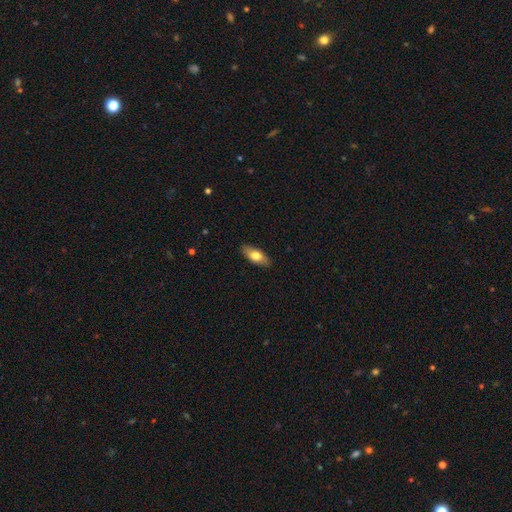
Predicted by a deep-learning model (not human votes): Overall: smooth (72%). How rounded: in between (83%). Merging: none (87%).